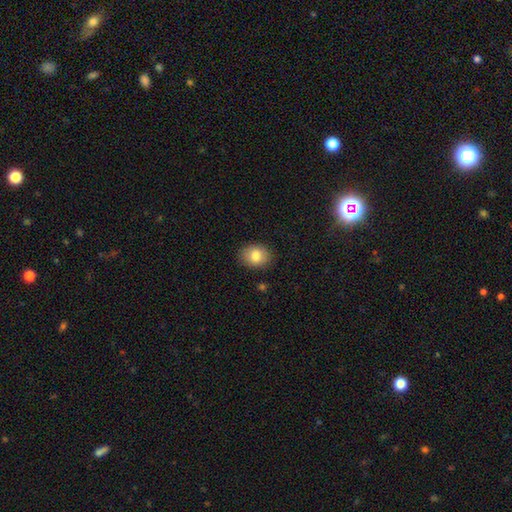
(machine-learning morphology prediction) Overall: smooth (83%). How rounded: in between (54%; round 45%). Merging: none (87%).